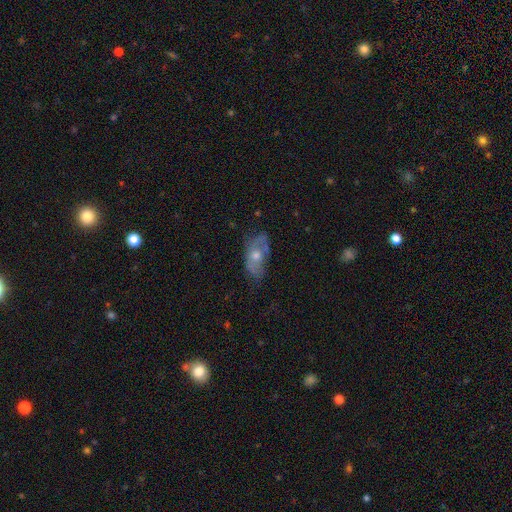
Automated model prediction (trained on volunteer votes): A featured or disk galaxy (53%). Merging: none (56%).